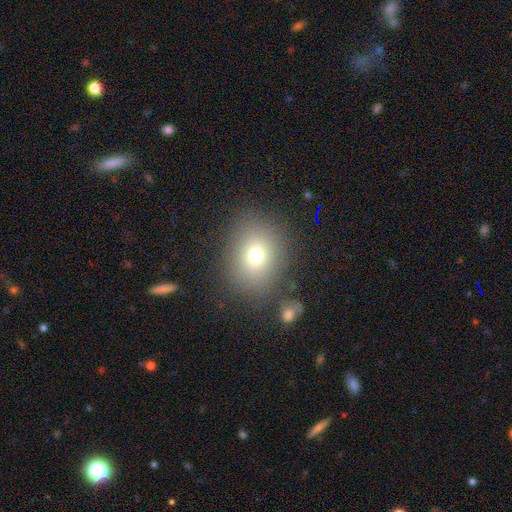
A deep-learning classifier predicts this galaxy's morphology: Smooth or featured?
  - smooth: 72% *
  - star or artifact: 15%
  - featured or disk: 13%
How rounded?
  - round: 61% *
  - in between: 38%
  - cigar-shaped: 1%
Merging?
  - none: 81% *
  - minor disturbance: 11%
  - major disturbance: 5%
  - merger: 4%